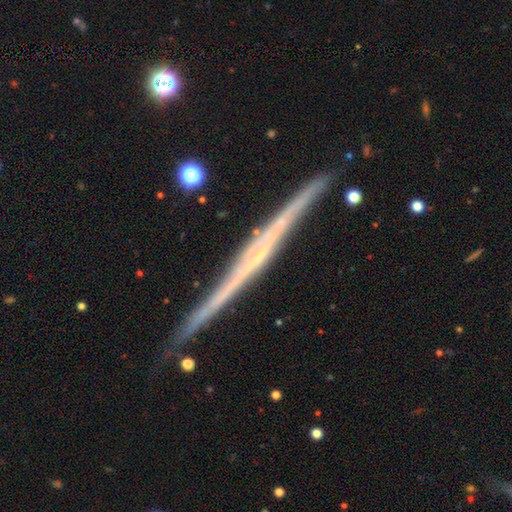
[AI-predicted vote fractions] featured or disk 81%, smooth 13%, star or artifact 6%. Down the decision tree: edge-on disk — yes (98%); edge-on bulge — none (71%); merging — none (87%).